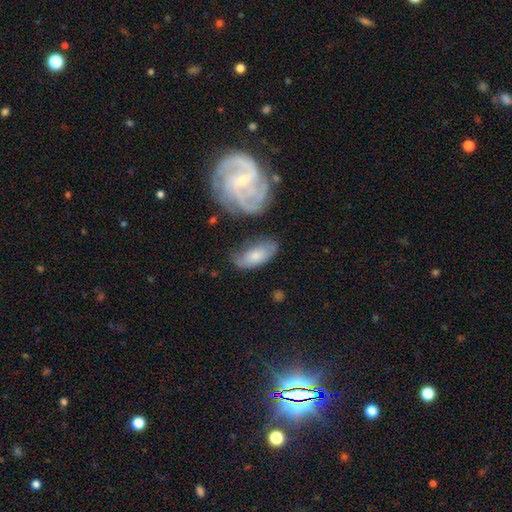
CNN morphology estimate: smooth-or-featured: smooth: 59% | featured or disk: 34% | star or artifact: 7%
  how-rounded: in between: 87% | cigar-shaped: 9% | round: 4%
  merging: none: 56% | minor disturbance: 26% | major disturbance: 11% | merger: 8%